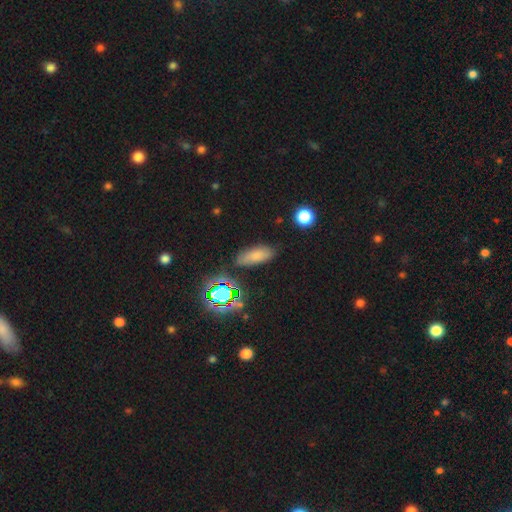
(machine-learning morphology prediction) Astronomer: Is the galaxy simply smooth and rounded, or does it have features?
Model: smooth — 71%.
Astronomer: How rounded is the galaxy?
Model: in between — 76%.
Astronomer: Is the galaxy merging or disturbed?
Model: none — 78%.